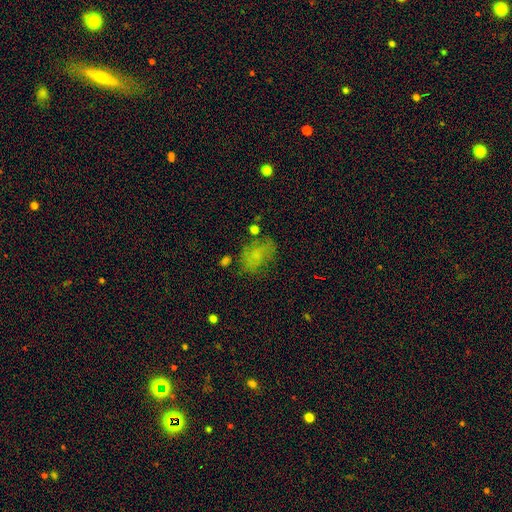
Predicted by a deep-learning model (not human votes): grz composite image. It shows a smooth galaxy with no disk features (60%) that is in between round and cigar-shaped (81%). Merging: none (53%).